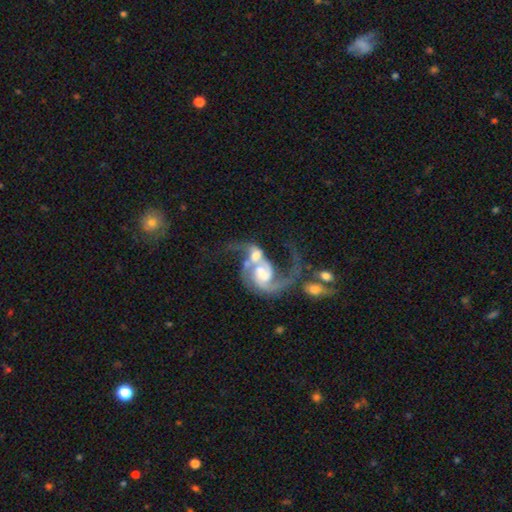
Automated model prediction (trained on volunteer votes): Smooth or featured?
  - featured or disk: 84% *
  - smooth: 10%
  - star or artifact: 6%
Edge-on disk?
  - no: 98% *
  - yes: 2%
Bar?
  - no: 53% *
  - weak: 35%
  - strong: 13%
Spiral arms?
  - yes: 93% *
  - no: 7%
Spiral winding?
  - loose: 49% *
  - medium: 38%
  - tight: 13%
Spiral arm count?
  - 2: 69% *
  - 1: 12%
  - can't tell: 9%
  - 3: 6%
  - 4: 2%
  - more than 4: 2%
Bulge size?
  - moderate: 35% *
  - large: 25%
  - small: 20%
  - none: 16%
  - dominant: 4%
Merging?
  - merger: 59% *
  - major disturbance: 21%
  - none: 14%
  - minor disturbance: 7%